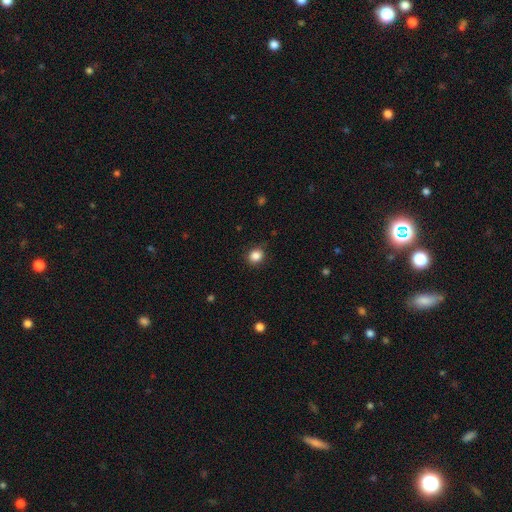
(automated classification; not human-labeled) Smooth or featured: smooth — 86% (star or artifact — 10%)
How rounded: round — 73% (in between — 26%)
Merging: none — 87% (minor disturbance — 10%)